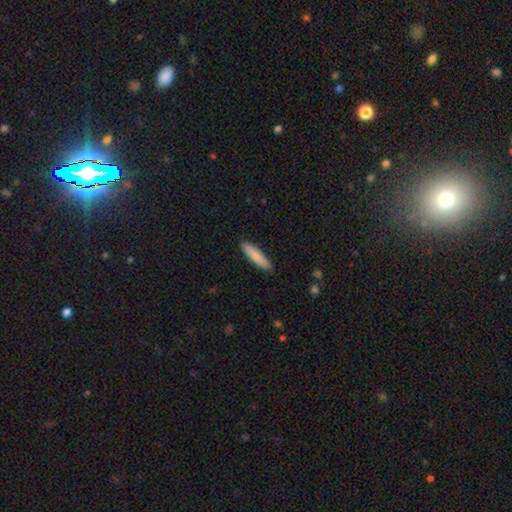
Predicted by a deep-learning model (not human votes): The model was most divided on "how rounded": cigar-shaped: 80%, in between: 19%, round: 1%. More confident: merging — none (89%); smooth or featured — smooth (83%).